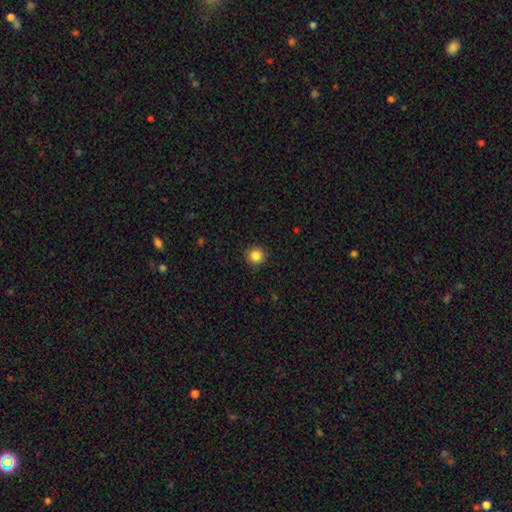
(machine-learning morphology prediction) Q: Smooth or featured?
A: smooth (85%); runner-up: star or artifact (10%)
Q: How rounded?
A: round (93%); runner-up: in between (6%)
Q: Merging?
A: none (91%); runner-up: minor disturbance (6%)